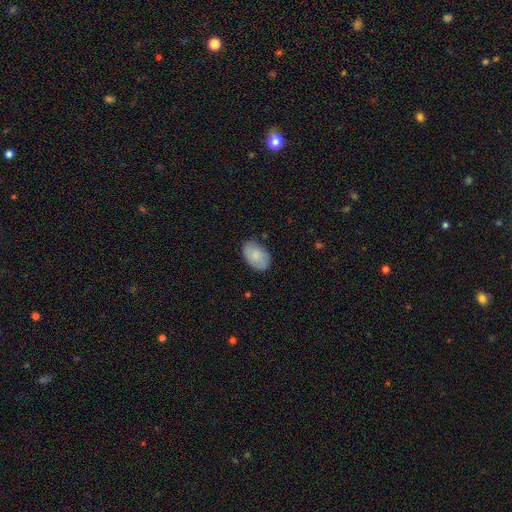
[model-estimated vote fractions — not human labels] Overall: smooth (82%). How rounded: in between (91%). Merging: none (81%).